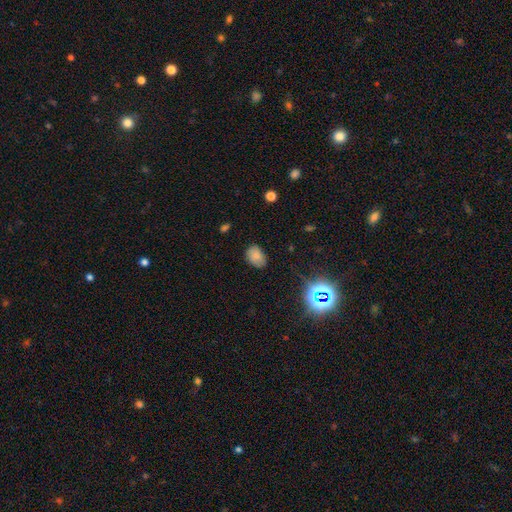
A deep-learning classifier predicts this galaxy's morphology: Q: Smooth or featured?
A: smooth (75%); runner-up: star or artifact (14%)
Q: How rounded?
A: in between (76%); runner-up: round (23%)
Q: Merging?
A: none (76%); runner-up: minor disturbance (19%)